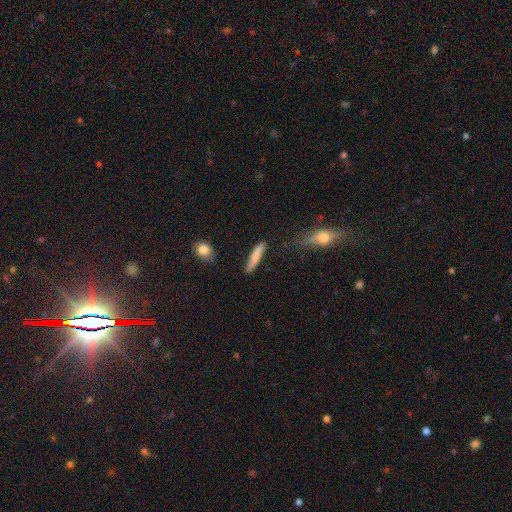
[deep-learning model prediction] smooth_or_featured: smooth (p=0.72) [alt: featured or disk p=0.22]
how_rounded: cigar-shaped (p=0.88) [alt: in between p=0.10]
merging: none (p=0.77) [alt: minor disturbance p=0.16]